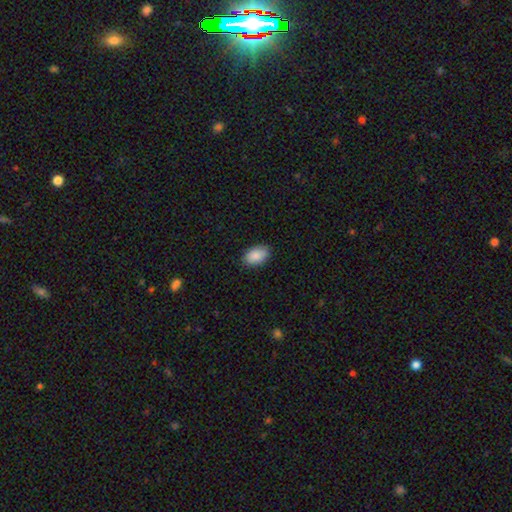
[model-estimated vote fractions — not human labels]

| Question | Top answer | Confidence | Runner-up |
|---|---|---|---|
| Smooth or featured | smooth | 89% | star or artifact (7%) |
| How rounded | in between | 92% | round (6%) |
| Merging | none | 86% | minor disturbance (11%) |